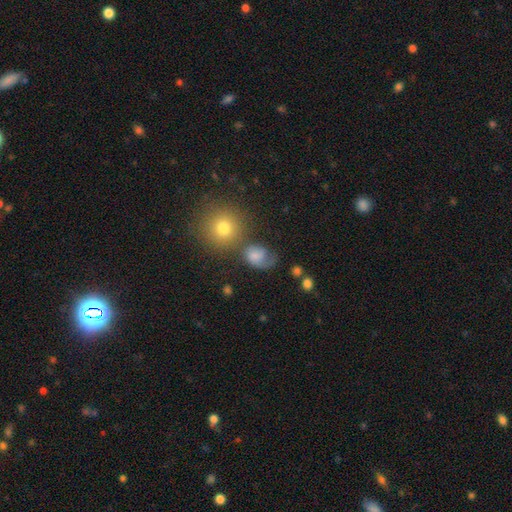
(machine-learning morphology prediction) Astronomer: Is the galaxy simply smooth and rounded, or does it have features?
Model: smooth — 62%.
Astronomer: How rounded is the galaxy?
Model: in between — 50% (runner-up: round, 49%).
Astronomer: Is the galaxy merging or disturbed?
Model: none — 43% (runner-up: minor disturbance, 24%).